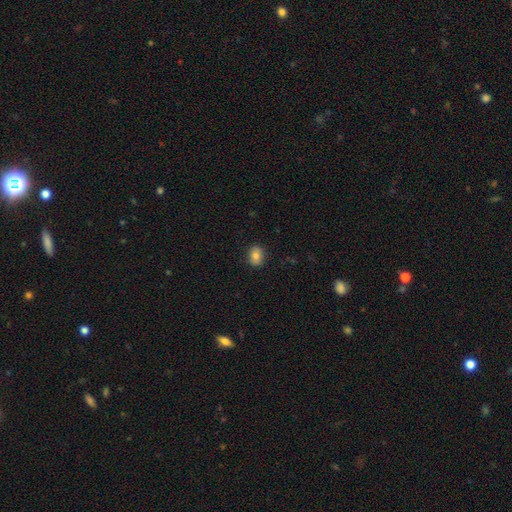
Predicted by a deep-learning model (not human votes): A smooth galaxy with no disk features (80%) that is in between round and cigar-shaped (58%).

Vote fractions:
- Smooth or featured? smooth: 80% / featured or disk: 10% / star or artifact: 9%
- How rounded? in between: 58% / round: 41% / cigar-shaped: 1%
- Merging? none: 87% / minor disturbance: 10% / major disturbance: 2% / merger: 1%